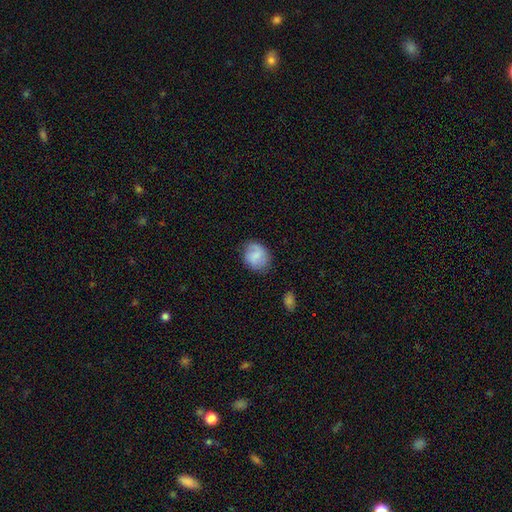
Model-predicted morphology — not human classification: Overall: smooth (67%). How rounded: round (59%; in between 40%). Merging: none (73%).